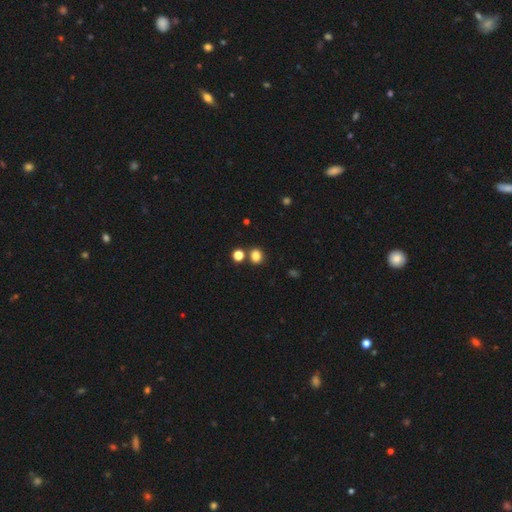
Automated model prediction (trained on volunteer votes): A smooth galaxy with no disk features (82%) that is round (72%). Merging: none (77%).